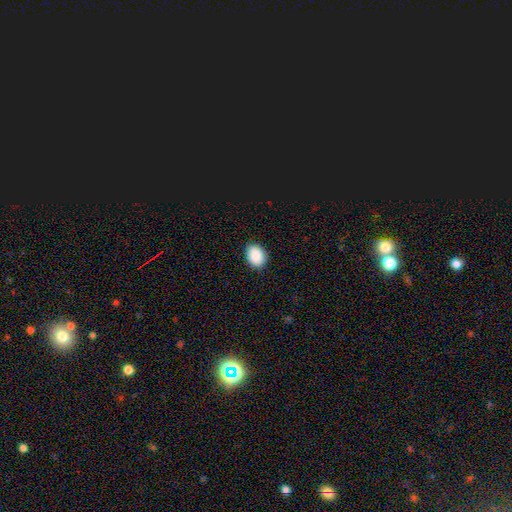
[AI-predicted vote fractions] This is clearly a smooth galaxy (90%). How rounded: likely in between (69%). Merging: clearly none (88%).